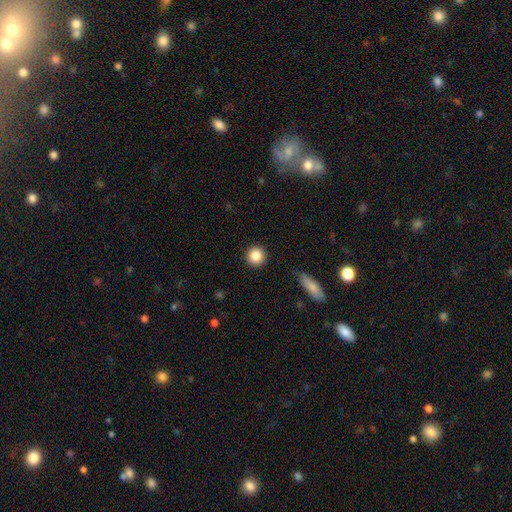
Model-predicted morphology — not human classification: A smooth galaxy with no disk features (86%) that is round (95%).

Vote fractions:
- Smooth or featured? smooth: 86% / star or artifact: 9% / featured or disk: 5%
- How rounded? round: 95% / in between: 4% / cigar-shaped: 1%
- Merging? none: 90% / minor disturbance: 6% / major disturbance: 2% / merger: 1%